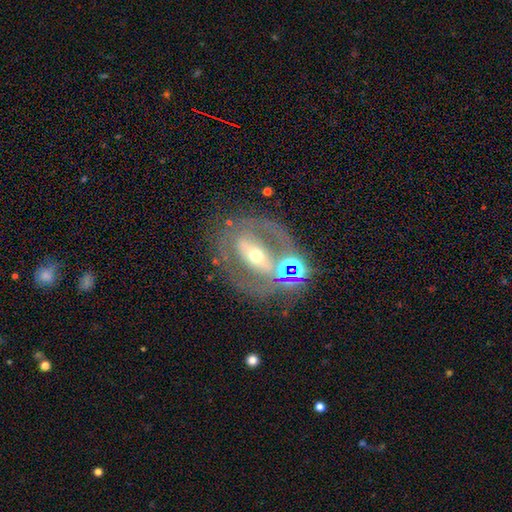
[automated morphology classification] type=featured or disk (70%); edge-on=no (91%); bar=strong (52%); spiral arms=no (55%); bulge=moderate (57%); merging=none (60%).